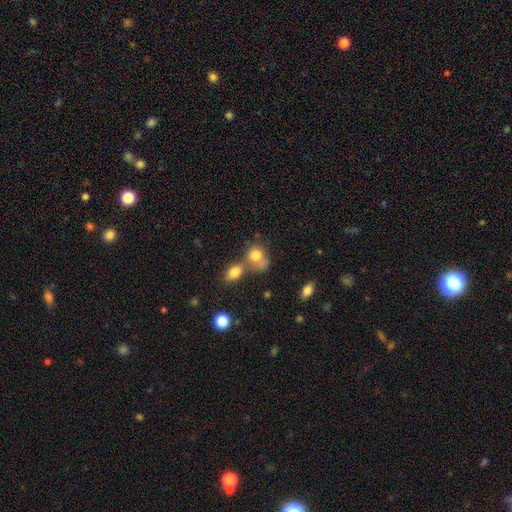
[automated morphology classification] Q: Smooth or featured?
A: smooth (79%); runner-up: featured or disk (11%)
Q: How rounded?
A: round (54%); runner-up: in between (45%)
Q: Merging?
A: merger (46%); runner-up: none (33%)